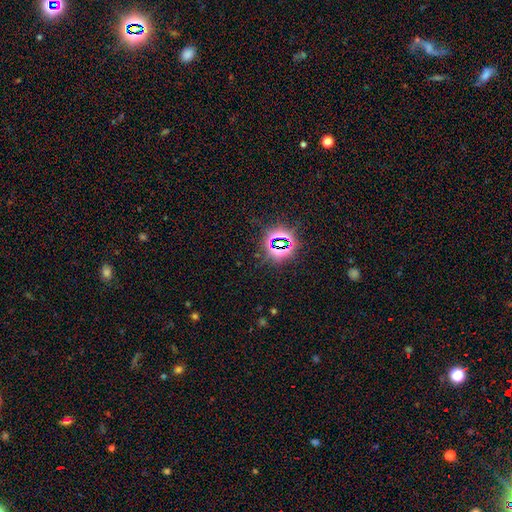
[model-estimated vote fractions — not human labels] Smooth or featured? Predicted: star or artifact (p=0.79).